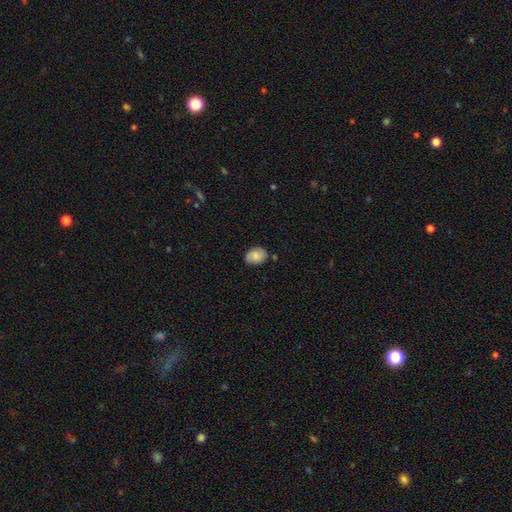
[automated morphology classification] smooth-or-featured: smooth: 79% | featured or disk: 13% | star or artifact: 8%
  how-rounded: in between: 71% | round: 28% | cigar-shaped: 1%
  merging: none: 79% | minor disturbance: 16% | major disturbance: 3% | merger: 2%